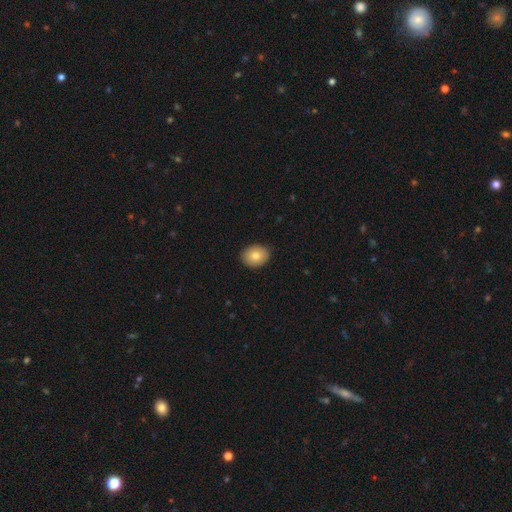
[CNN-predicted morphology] smooth-or-featured: smooth: 81% | featured or disk: 11% | star or artifact: 8%
  how-rounded: in between: 56% | round: 44% | cigar-shaped: 1%
  merging: none: 88% | minor disturbance: 9% | major disturbance: 2% | merger: 1%